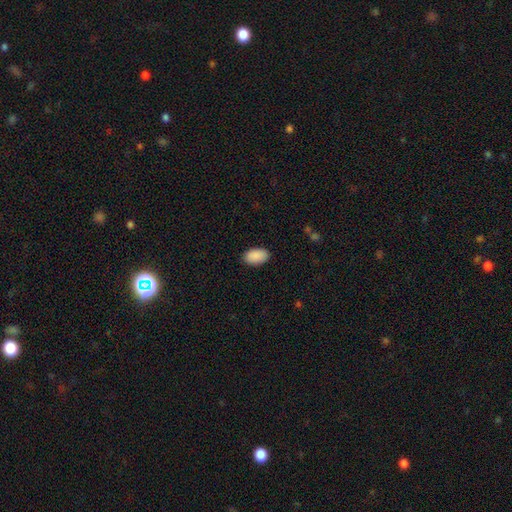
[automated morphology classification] Smooth or featured? smooth (91%)
How rounded? in between (95%)
Merging? none (88%)